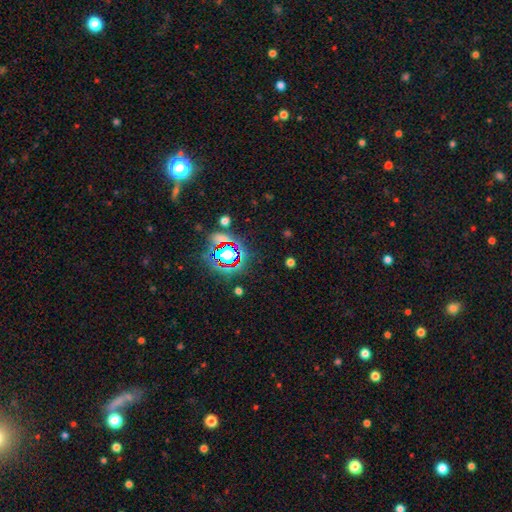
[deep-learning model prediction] Morphology: type=star or artifact (81%).